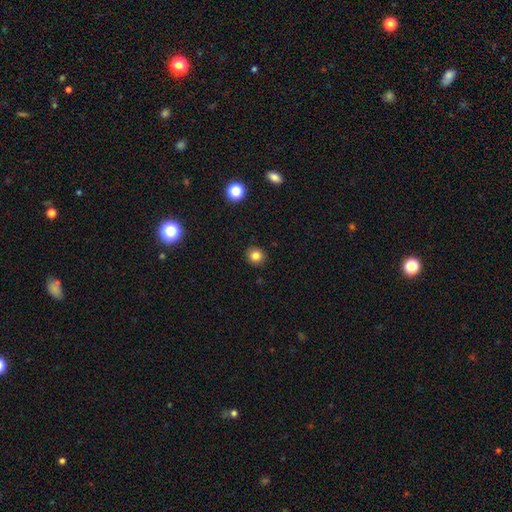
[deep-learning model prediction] Morphology: type=smooth (82%); roundness=round (86%); merging=none (90%).